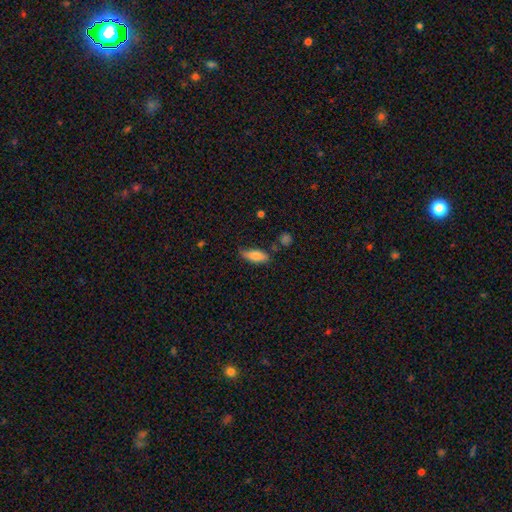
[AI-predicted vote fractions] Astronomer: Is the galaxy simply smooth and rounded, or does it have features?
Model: smooth — 80%.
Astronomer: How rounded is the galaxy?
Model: in between — 73%.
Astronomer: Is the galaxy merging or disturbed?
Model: none — 69%.